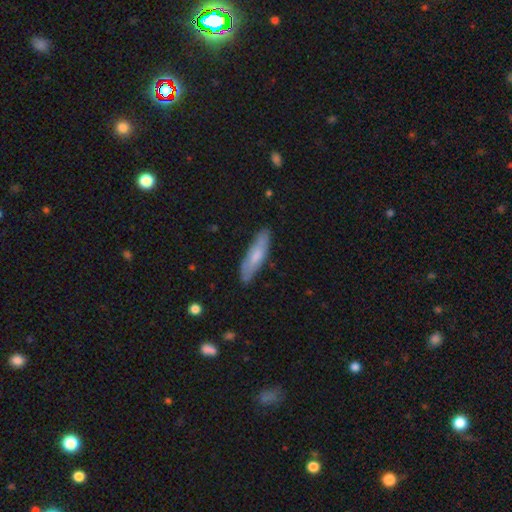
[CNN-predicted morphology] Smooth or featured? smooth (62%)
How rounded? cigar-shaped (67%)
Merging? none (80%)